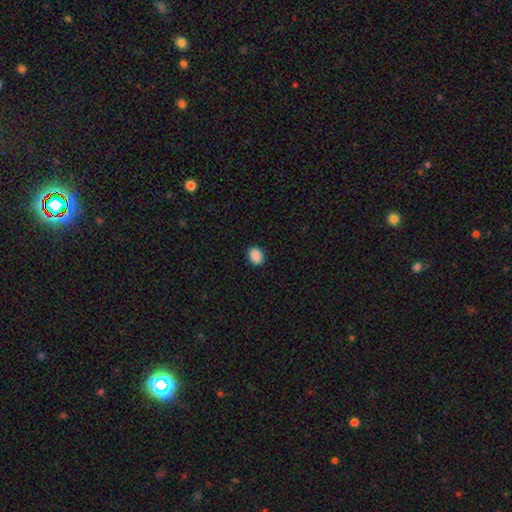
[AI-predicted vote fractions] The model was most divided on "how rounded": in between: 56%, round: 43%, cigar-shaped: 1%. More confident: smooth or featured — smooth (89%); merging — none (89%).